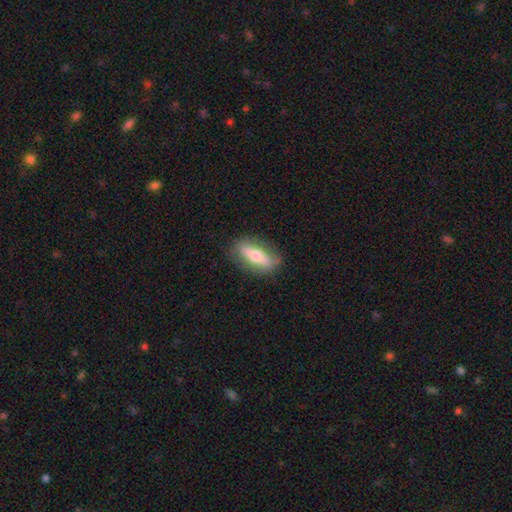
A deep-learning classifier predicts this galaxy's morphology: This is possibly a smooth galaxy (52%). How rounded: likely in between (62%). Merging: clearly none (82%).